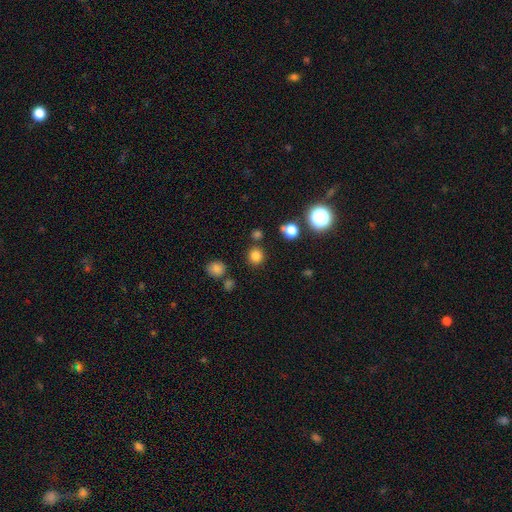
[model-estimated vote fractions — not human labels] Smooth or featured: smooth — 80% (star or artifact — 16%)
How rounded: round — 90% (in between — 9%)
Merging: none — 85% (minor disturbance — 7%)